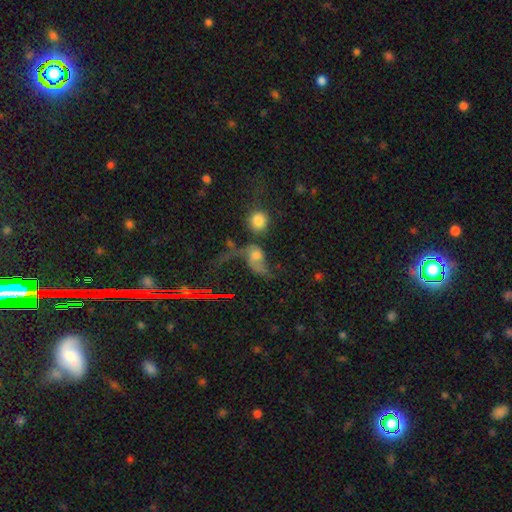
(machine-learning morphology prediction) Q: Smooth or featured?
A: featured or disk (47%); runner-up: smooth (36%)
Q: Merging?
A: major disturbance (34%); runner-up: merger (32%)